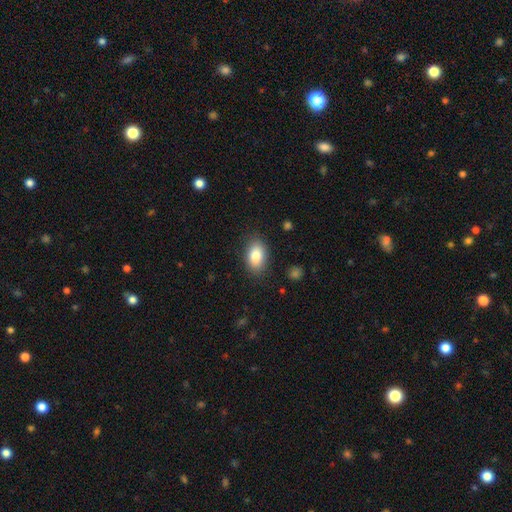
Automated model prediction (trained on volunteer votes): Morphology: type=smooth (84%); roundness=in between (90%); merging=none (85%).